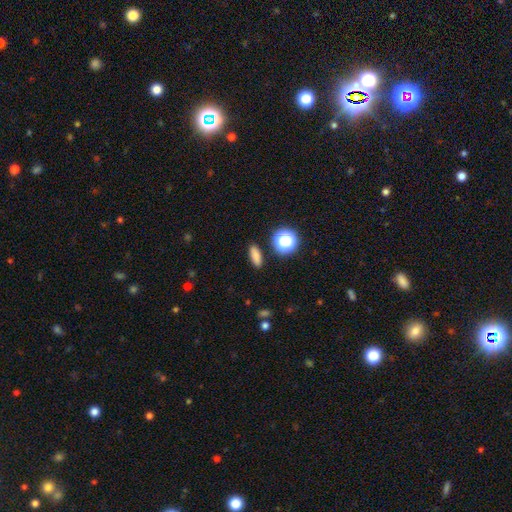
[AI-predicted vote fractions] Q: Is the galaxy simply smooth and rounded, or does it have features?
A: smooth — 81%.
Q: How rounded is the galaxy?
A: in between — 53%.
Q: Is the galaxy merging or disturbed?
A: none — 89%.